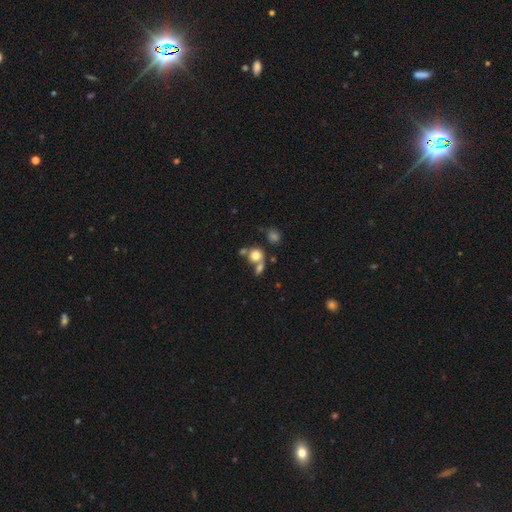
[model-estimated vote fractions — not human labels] smooth 76%, star or artifact 12%, featured or disk 12%. Down the decision tree: how rounded — round (78%); merging — none (43%).